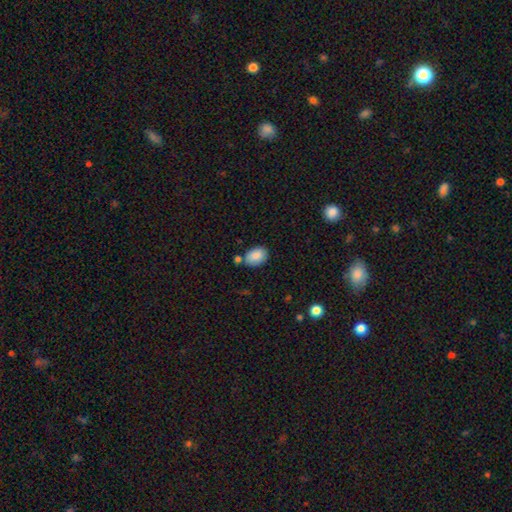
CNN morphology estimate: Smooth or featured? Predicted: smooth (p=0.88). How rounded? Predicted: in between (p=0.82). Merging? Predicted: none (p=0.72).